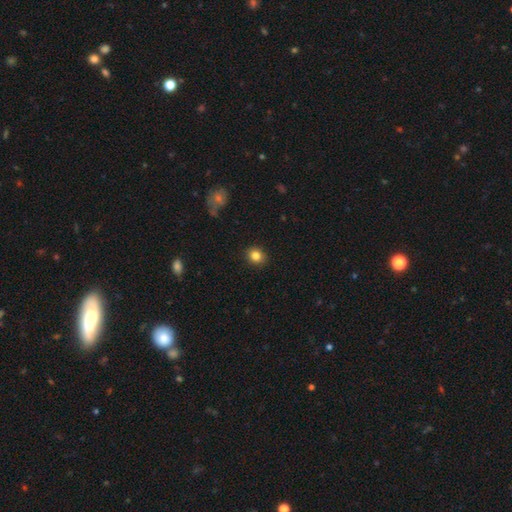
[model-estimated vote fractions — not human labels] The model was most divided on "how rounded": round: 75%, in between: 24%, cigar-shaped: 1%. More confident: merging — none (90%); smooth or featured — smooth (83%).